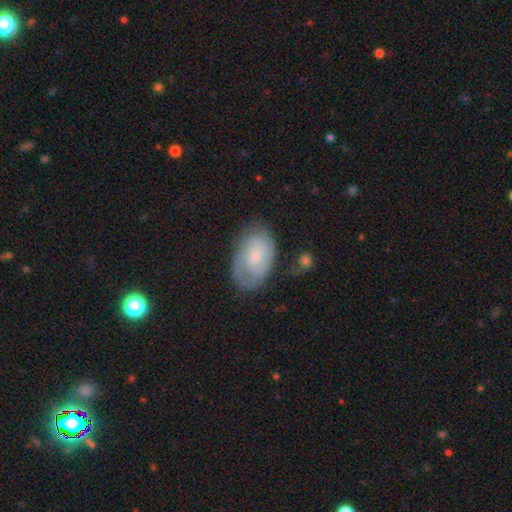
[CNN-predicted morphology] smooth_or_featured: featured or disk (p=0.65) [alt: smooth p=0.28]
disk_edge_on: no (p=0.97) [alt: yes p=0.03]
bar: no (p=0.58) [alt: weak p=0.36]
has_spiral_arms: yes (p=0.88) [alt: no p=0.12]
spiral_winding: tight (p=0.55) [alt: medium p=0.35]
spiral_arm_count: 2 (p=0.54) [alt: can't tell p=0.28]
bulge_size: small (p=0.65) [alt: moderate p=0.25]
merging: none (p=0.70) [alt: minor disturbance p=0.21]